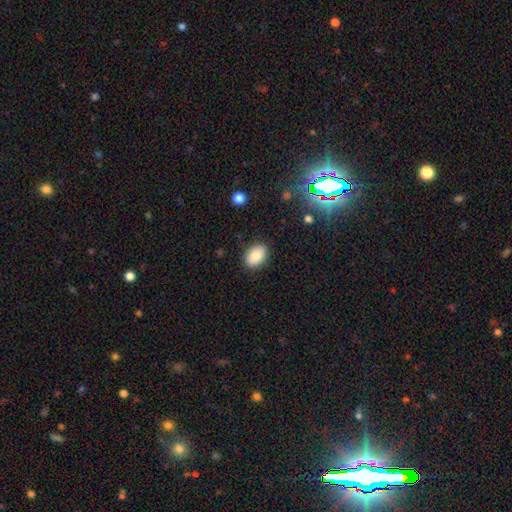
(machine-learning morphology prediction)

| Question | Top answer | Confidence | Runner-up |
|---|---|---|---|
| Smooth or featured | smooth | 86% | star or artifact (8%) |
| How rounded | in between | 85% | round (14%) |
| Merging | none | 88% | minor disturbance (9%) |